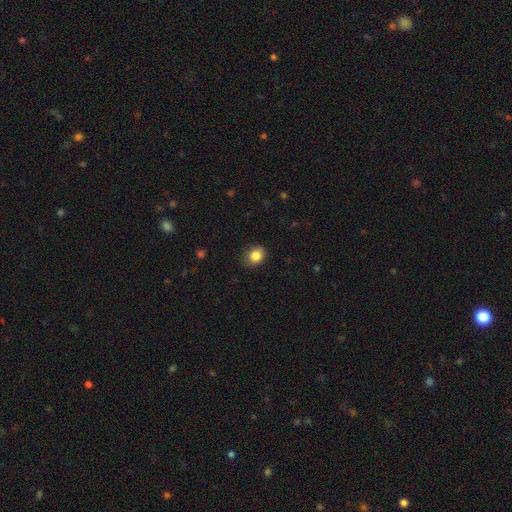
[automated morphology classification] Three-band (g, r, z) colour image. It shows a smooth galaxy with no disk features (85%) that is round (53%). Merging: none (78%).